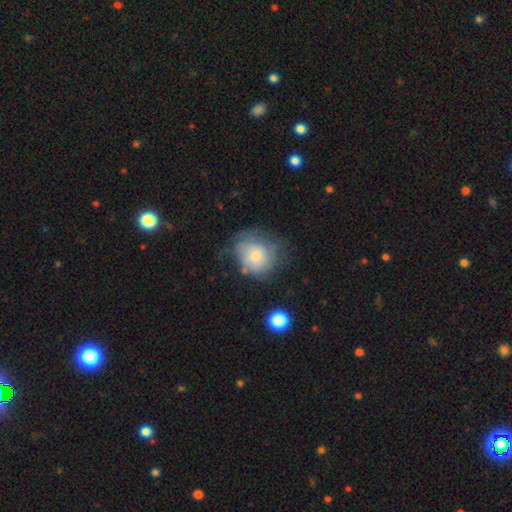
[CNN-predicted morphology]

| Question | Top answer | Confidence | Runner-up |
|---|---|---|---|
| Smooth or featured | smooth | 58% | featured or disk (33%) |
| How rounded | round | 77% | in between (22%) |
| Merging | none | 49% | minor disturbance (31%) |